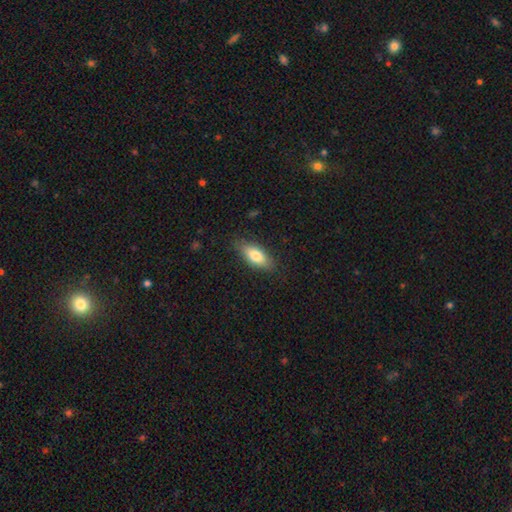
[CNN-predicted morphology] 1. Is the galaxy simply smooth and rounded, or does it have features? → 77% smooth, 17% featured or disk, 6% star or artifact.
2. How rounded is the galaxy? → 77% in between, 20% cigar-shaped, 3% round.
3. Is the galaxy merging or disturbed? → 83% none, 13% minor disturbance, 3% major disturbance, 1% merger.